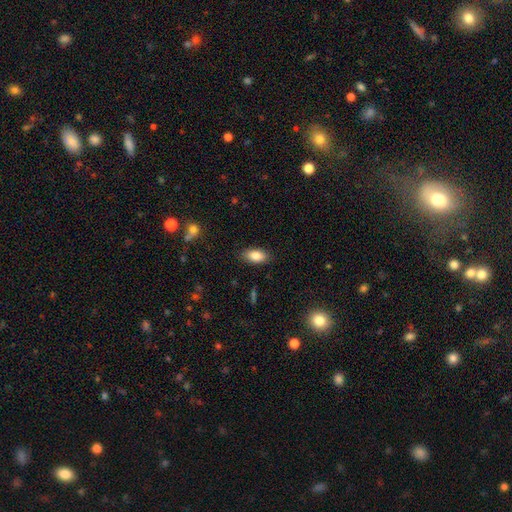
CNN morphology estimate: smooth 85%, featured or disk 8%, star or artifact 7%. Down the decision tree: how rounded — in between (91%); merging — none (86%).